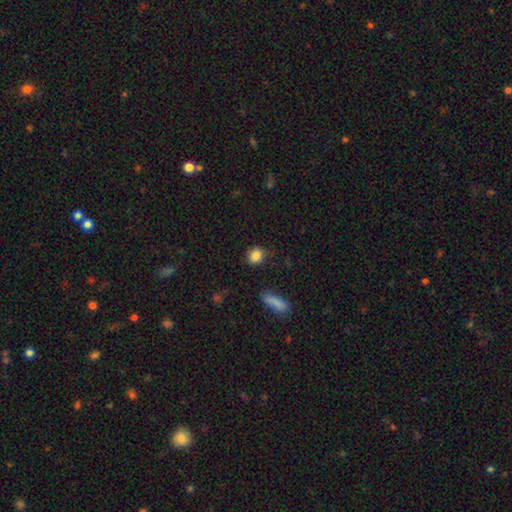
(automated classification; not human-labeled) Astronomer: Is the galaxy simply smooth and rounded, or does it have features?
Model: smooth — 86%.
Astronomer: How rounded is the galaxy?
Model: round — 61% (runner-up: in between, 36%).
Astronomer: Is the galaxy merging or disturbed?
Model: none — 81%.